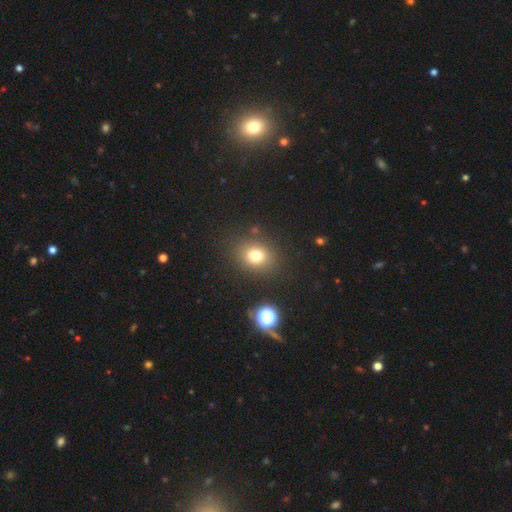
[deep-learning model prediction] Smooth or featured? Predicted: smooth (p=0.76). How rounded? Predicted: round (p=0.65). Merging? Predicted: none (p=0.85).